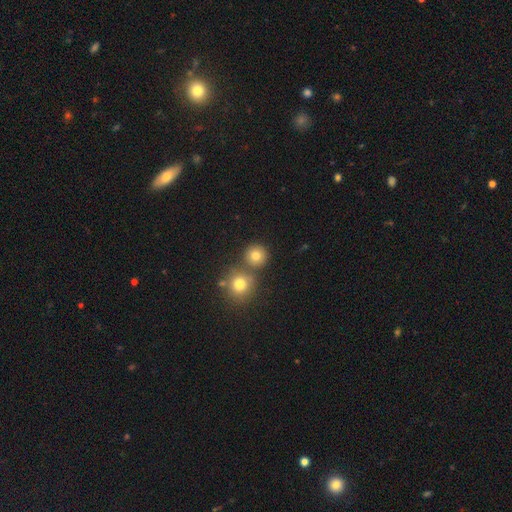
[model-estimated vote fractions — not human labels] A smooth galaxy with no disk features (77%) that is round (93%). Merging: none (72%).